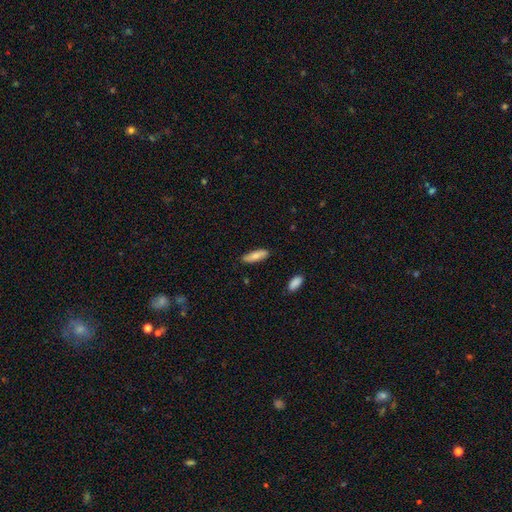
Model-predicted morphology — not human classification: Smooth or featured? smooth (77%)
How rounded? cigar-shaped (55%)
Merging? none (85%)